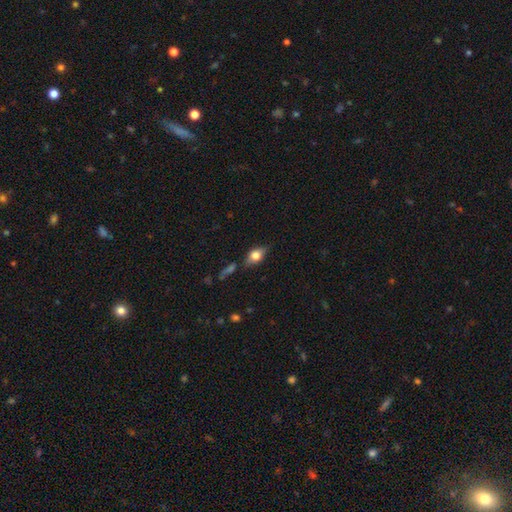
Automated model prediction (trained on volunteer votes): This is possibly a smooth galaxy (57%). How rounded: likely in between (74%). Merging: likely none (67%).